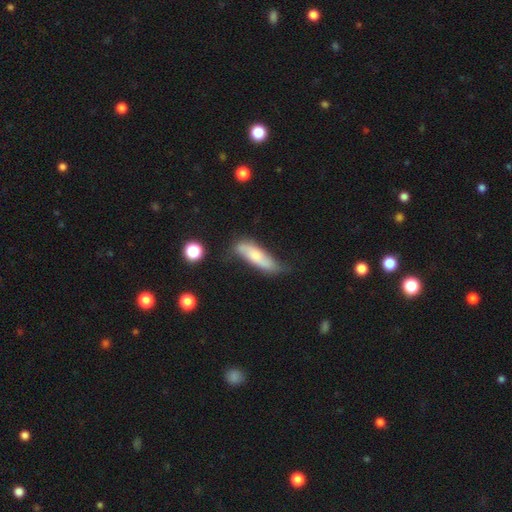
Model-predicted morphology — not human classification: type=smooth (59%); roundness=cigar-shaped (54%); merging=none (49%).